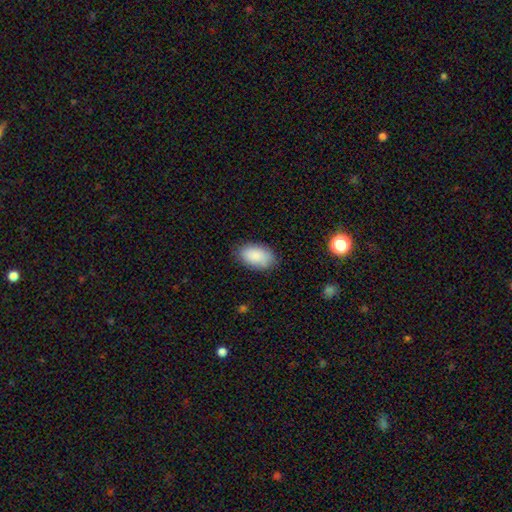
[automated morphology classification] Smooth or featured? smooth (88%)
How rounded? in between (94%)
Merging? none (83%)